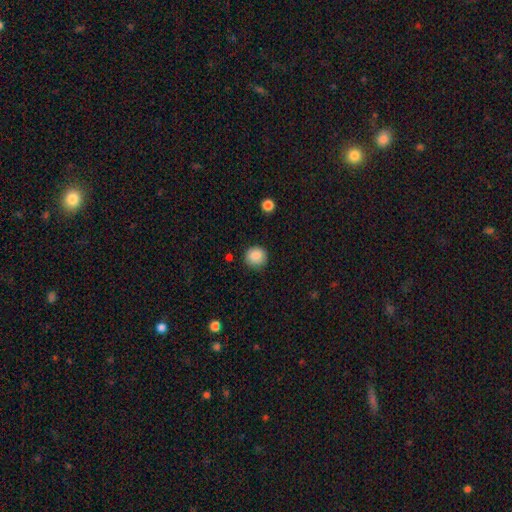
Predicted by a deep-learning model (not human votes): Smooth or featured: smooth — 87% (star or artifact — 9%)
How rounded: round — 90% (in between — 9%)
Merging: none — 86% (minor disturbance — 10%)